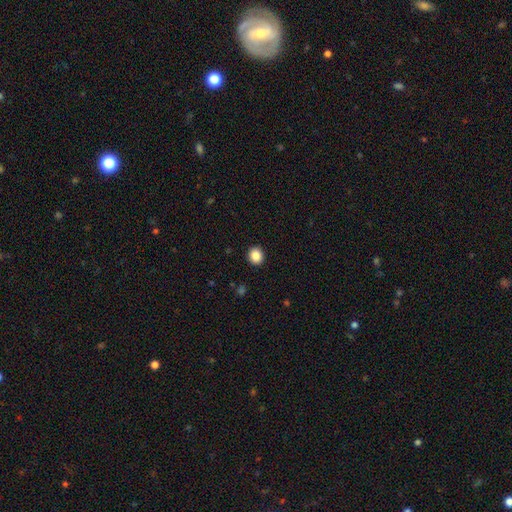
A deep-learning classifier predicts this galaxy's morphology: Smooth or featured: smooth — 87% (star or artifact — 9%)
How rounded: round — 78% (in between — 21%)
Merging: none — 92% (minor disturbance — 5%)